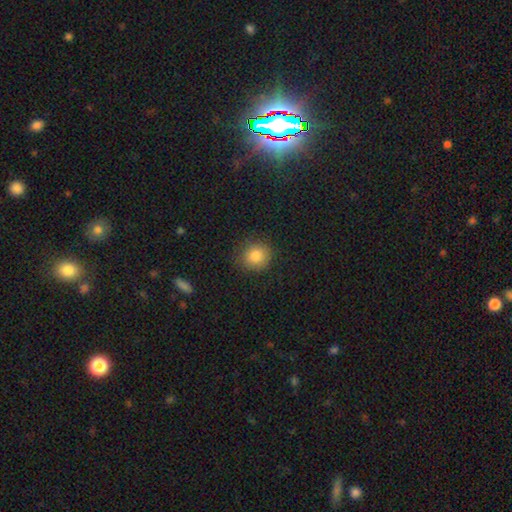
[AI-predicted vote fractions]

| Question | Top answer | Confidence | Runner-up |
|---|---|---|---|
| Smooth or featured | smooth | 84% | star or artifact (10%) |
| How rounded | round | 84% | in between (15%) |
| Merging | none | 85% | minor disturbance (11%) |